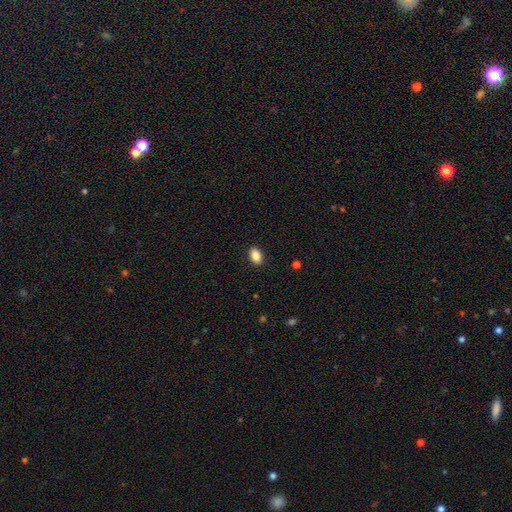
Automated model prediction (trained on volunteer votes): A smooth galaxy with no disk features (87%) that is in between round and cigar-shaped (87%).

Vote fractions:
- Smooth or featured? smooth: 87% / star or artifact: 8% / featured or disk: 4%
- How rounded? in between: 87% / round: 12% / cigar-shaped: 2%
- Merging? none: 90% / minor disturbance: 7% / major disturbance: 2% / merger: 1%